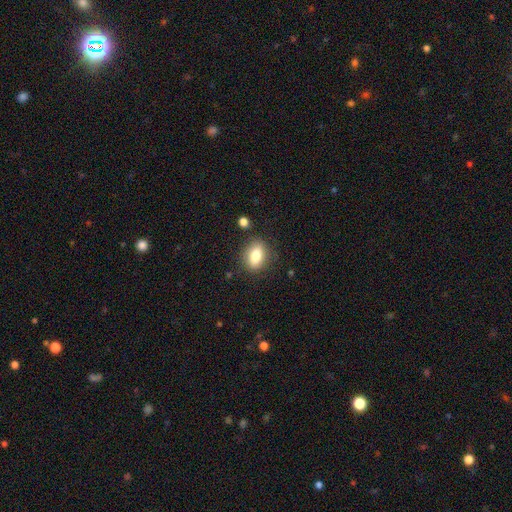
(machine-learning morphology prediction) smooth-or-featured: smooth: 80% | featured or disk: 11% | star or artifact: 9%
  how-rounded: in between: 77% | round: 20% | cigar-shaped: 3%
  merging: none: 83% | minor disturbance: 11% | major disturbance: 3% | merger: 2%